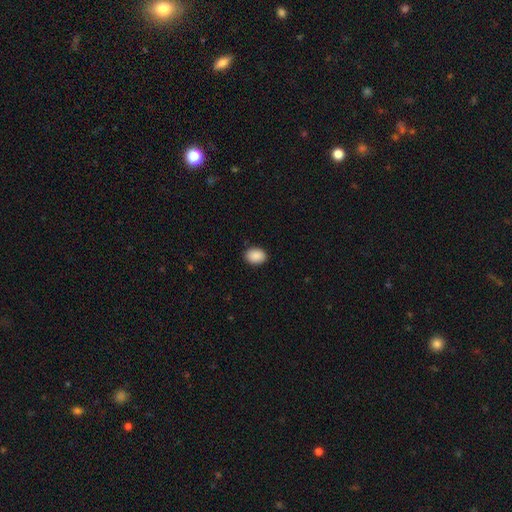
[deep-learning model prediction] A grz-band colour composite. It shows a smooth galaxy with no disk features (90%) that is in between round and cigar-shaped (71%). Merging: none (89%).